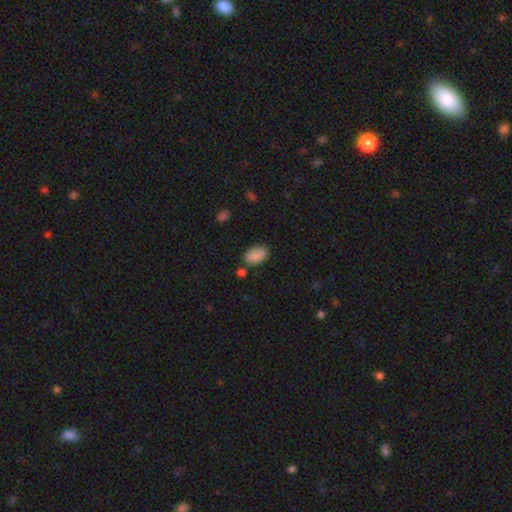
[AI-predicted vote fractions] Q: Smooth or featured?
A: smooth (88%); runner-up: star or artifact (7%)
Q: How rounded?
A: in between (92%); runner-up: round (6%)
Q: Merging?
A: none (75%); runner-up: minor disturbance (14%)